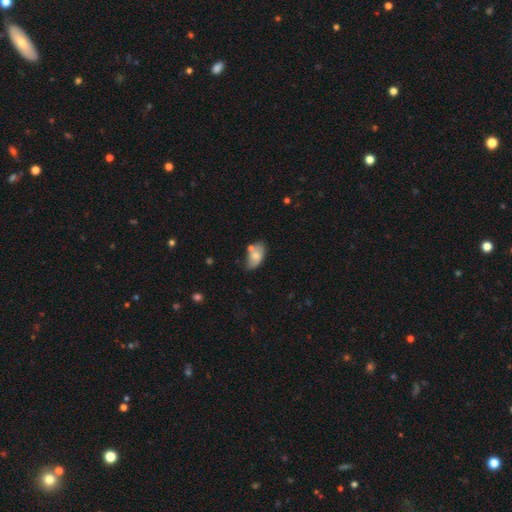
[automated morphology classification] This appears to be a smooth galaxy with no disk features (71%) that is in between round and cigar-shaped (92%). Merging: none (52%).